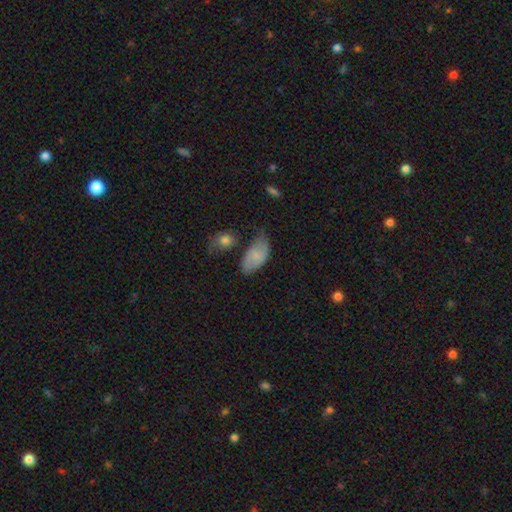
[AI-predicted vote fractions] smooth 73%, featured or disk 20%, star or artifact 7%. Down the decision tree: how rounded — in between (93%); merging — none (43%).